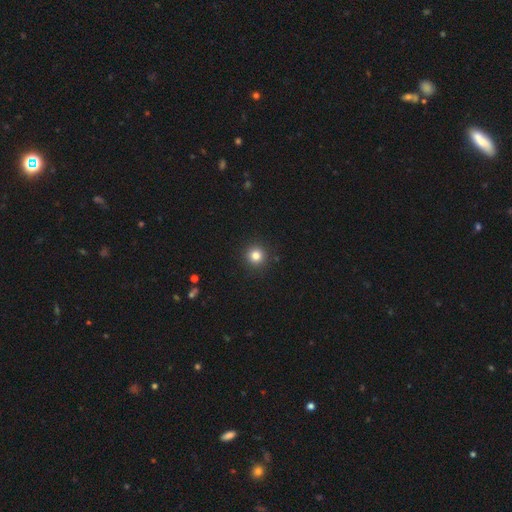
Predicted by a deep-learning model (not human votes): smooth_or_featured: smooth (p=0.81) [alt: star or artifact p=0.13]
how_rounded: round (p=0.95) [alt: in between p=0.04]
merging: none (p=0.92) [alt: minor disturbance p=0.05]